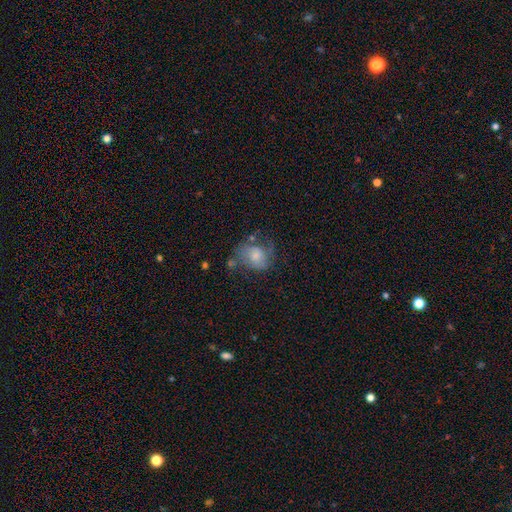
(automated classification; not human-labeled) The model was most divided on "smooth or featured": smooth: 49%, featured or disk: 42%, star or artifact: 9%. Remaining: merging — none (42%).